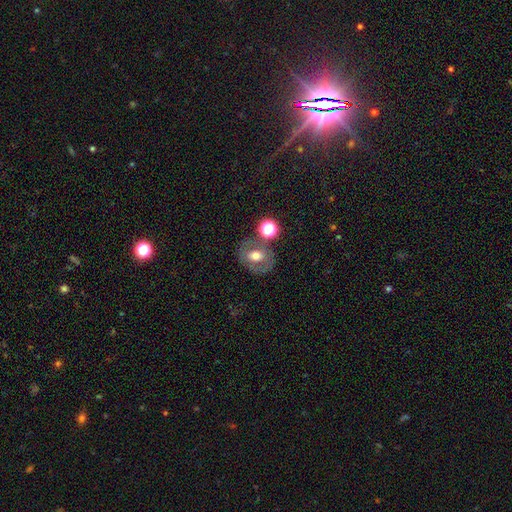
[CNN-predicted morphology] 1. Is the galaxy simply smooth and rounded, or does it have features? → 49% smooth, 40% featured or disk, 12% star or artifact.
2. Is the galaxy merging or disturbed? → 64% none, 15% merger, 14% minor disturbance, 7% major disturbance.